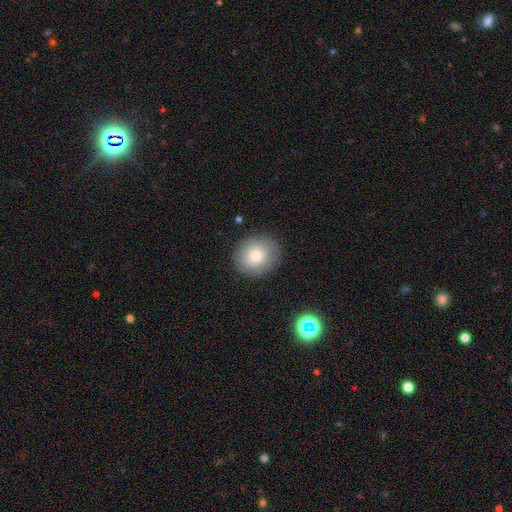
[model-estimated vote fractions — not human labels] smooth_or_featured: smooth (p=0.75) [alt: featured or disk p=0.15]
how_rounded: round (p=0.81) [alt: in between p=0.18]
merging: none (p=0.87) [alt: minor disturbance p=0.09]